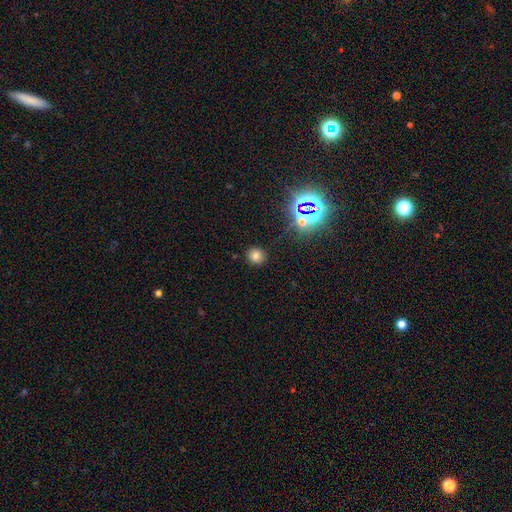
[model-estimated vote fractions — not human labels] smooth_or_featured: smooth (p=0.71) [alt: star or artifact p=0.21]
how_rounded: round (p=0.87) [alt: in between p=0.12]
merging: none (p=0.89) [alt: minor disturbance p=0.06]